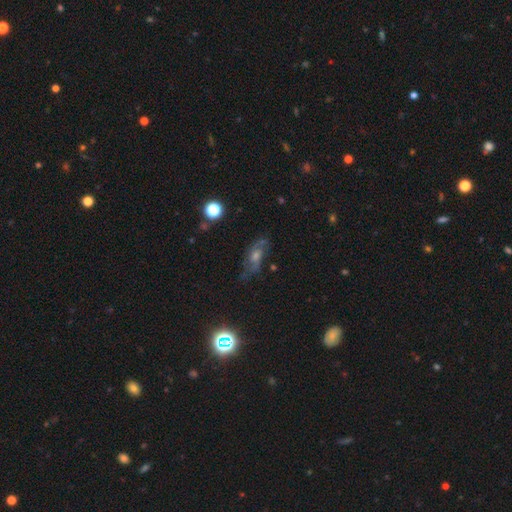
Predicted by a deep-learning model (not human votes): Q: Smooth or featured?
A: featured or disk (54%); runner-up: star or artifact (23%)
Q: Edge-on disk?
A: no (82%); runner-up: yes (18%)
Q: Merging?
A: none (69%); runner-up: minor disturbance (19%)